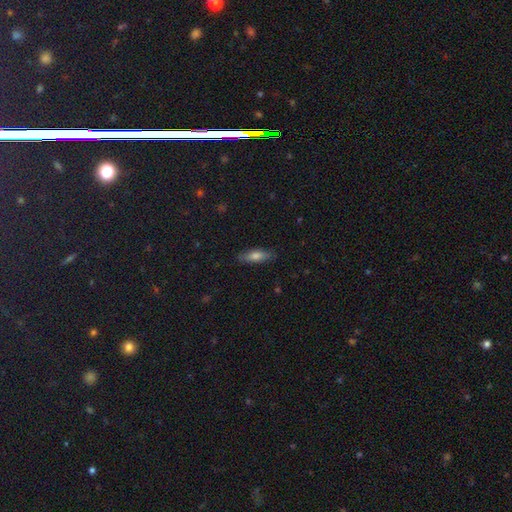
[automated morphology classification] Smooth or featured? Predicted: smooth (p=0.71). How rounded? Predicted: cigar-shaped (p=0.52). Merging? Predicted: none (p=0.87).